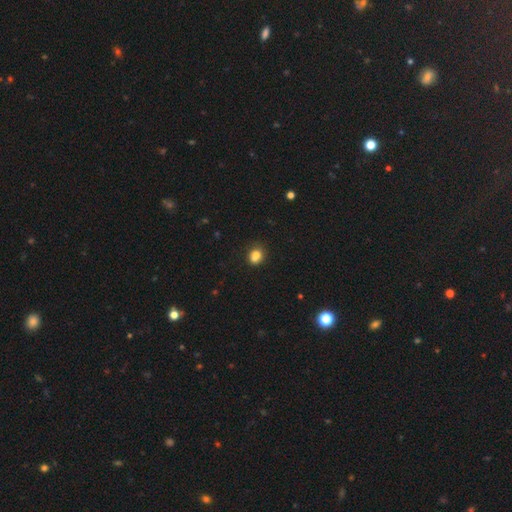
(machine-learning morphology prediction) smooth 80%, star or artifact 12%, featured or disk 8%. Down the decision tree: how rounded — in between (53%); merging — none (57%).